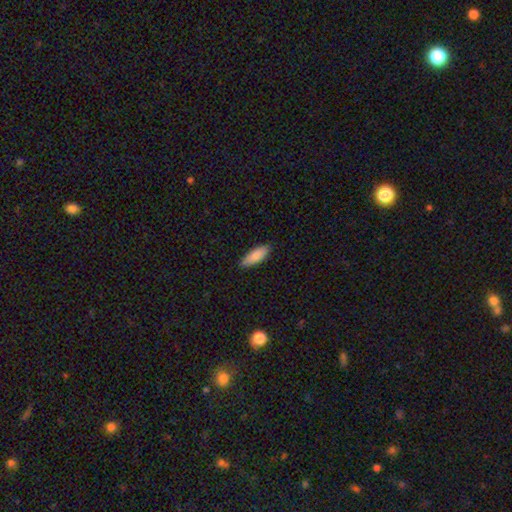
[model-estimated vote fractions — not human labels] Smooth or featured: smooth — 84% (featured or disk — 10%)
How rounded: in between — 62% (cigar-shaped — 36%)
Merging: none — 87% (minor disturbance — 10%)